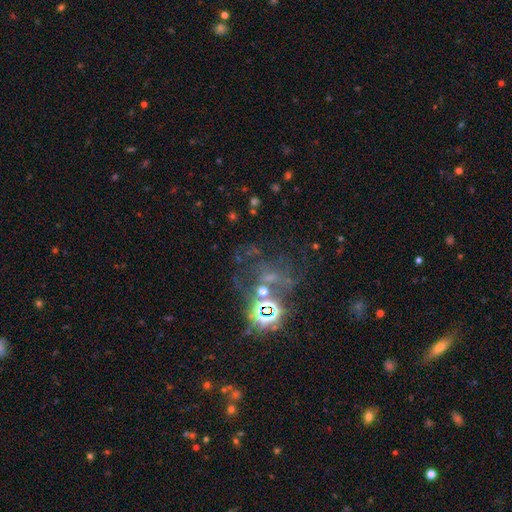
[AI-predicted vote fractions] Overall: star or artifact (60%; featured or disk 25%).